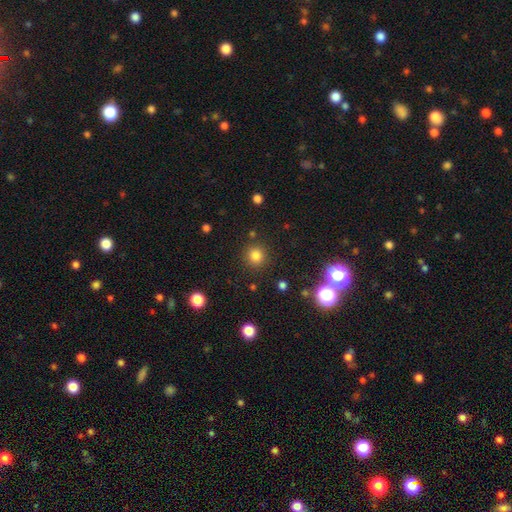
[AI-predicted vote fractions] This appears to be a smooth galaxy with no disk features (80%) that is round (92%). Merging: none (87%).